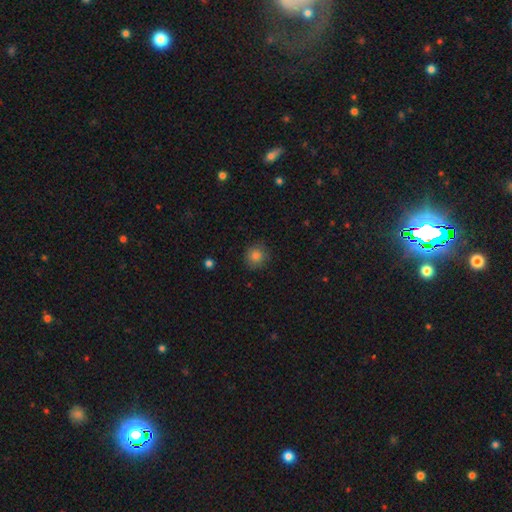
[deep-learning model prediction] Smooth or featured? smooth (84%)
How rounded? round (91%)
Merging? none (87%)